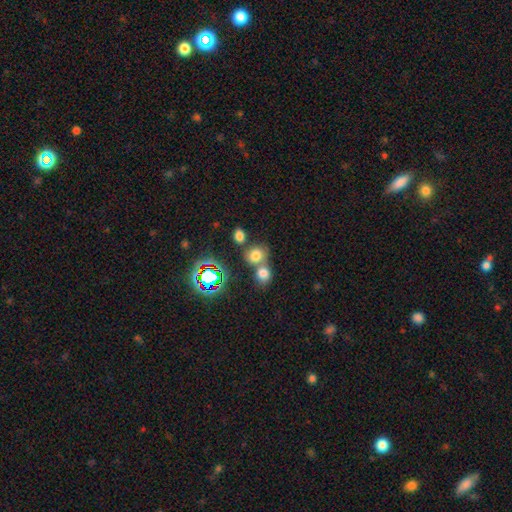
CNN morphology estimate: smooth-or-featured: smooth: 70% | star or artifact: 20% | featured or disk: 9%
  how-rounded: round: 62% | in between: 37% | cigar-shaped: 1%
  merging: none: 46% | merger: 42% | minor disturbance: 8% | major disturbance: 4%